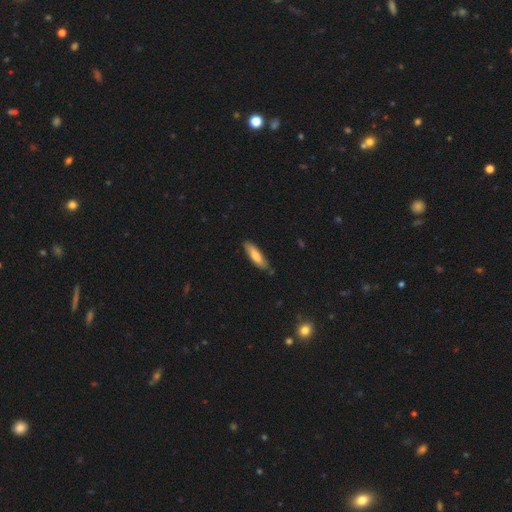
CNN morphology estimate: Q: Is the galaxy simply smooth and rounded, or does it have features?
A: smooth — 74%.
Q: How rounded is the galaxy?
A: cigar-shaped — 60%.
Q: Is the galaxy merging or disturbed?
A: none — 81%.